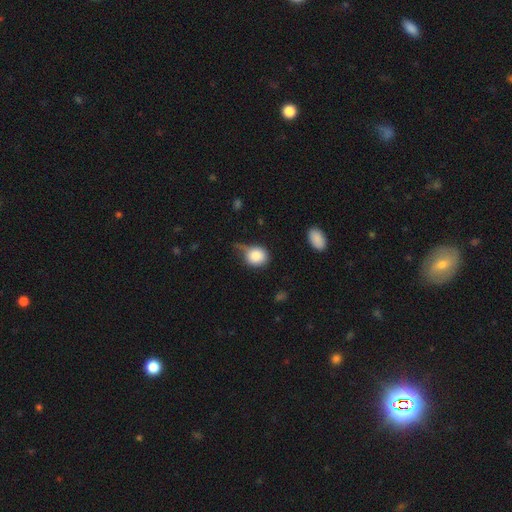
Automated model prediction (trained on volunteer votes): Smooth or featured: smooth — 83% (featured or disk — 8%)
How rounded: round — 74% (in between — 24%)
Merging: minor disturbance — 38% (none — 36%)